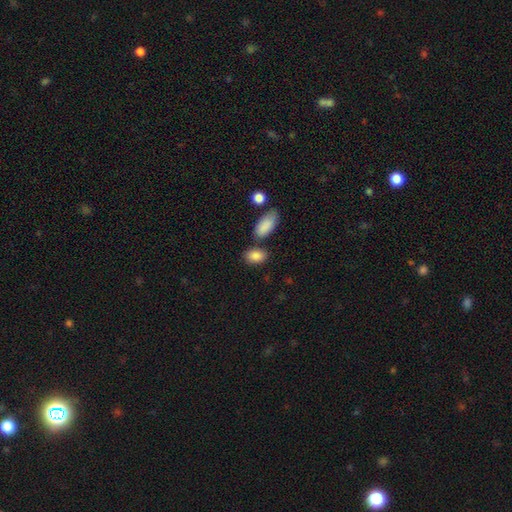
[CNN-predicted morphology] smooth 87%, star or artifact 7%, featured or disk 6%. Down the decision tree: how rounded — in between (88%); merging — none (70%).